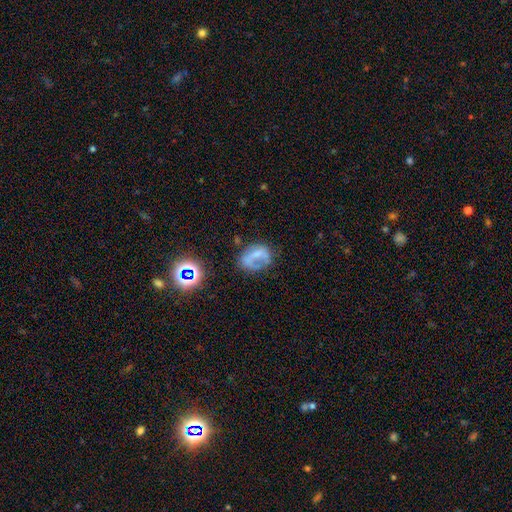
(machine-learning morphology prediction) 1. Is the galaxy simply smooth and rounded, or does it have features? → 43% smooth, 40% featured or disk, 17% star or artifact.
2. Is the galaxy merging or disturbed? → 42% none, 28% major disturbance, 25% minor disturbance, 6% merger.